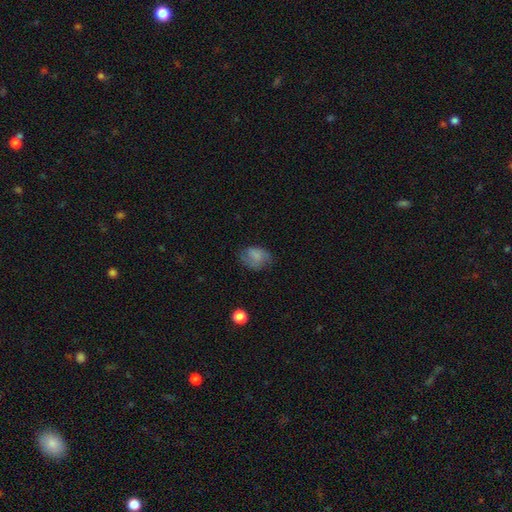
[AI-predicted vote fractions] Smooth or featured: smooth — 66% (featured or disk — 24%)
How rounded: in between — 67% (round — 32%)
Merging: none — 61% (minor disturbance — 26%)